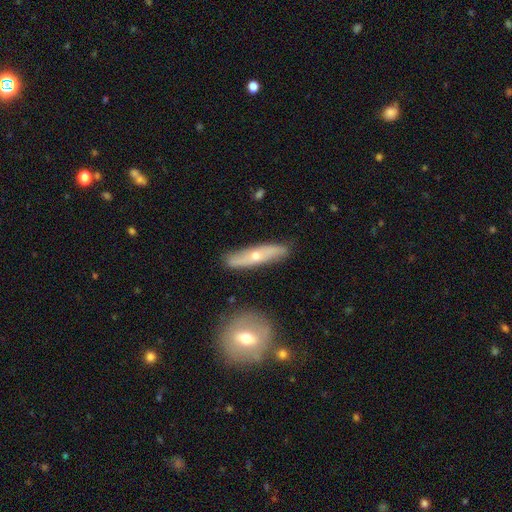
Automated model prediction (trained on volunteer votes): Morphology: type=featured or disk (55%); edge-on=yes (64%); merging=none (83%).